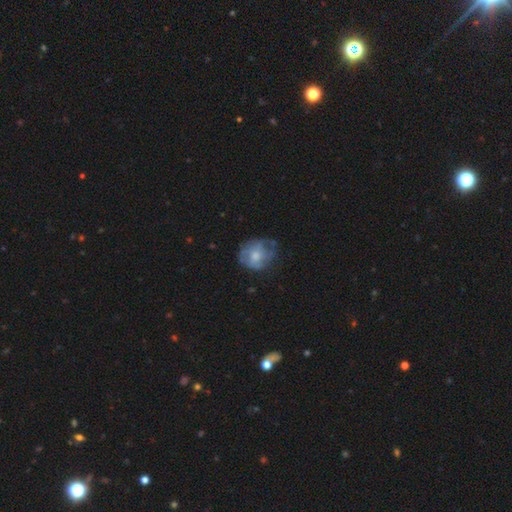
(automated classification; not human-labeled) Smooth or featured? Predicted: smooth (p=0.46, tied with featured or disk). Merging? Predicted: none (p=0.54).